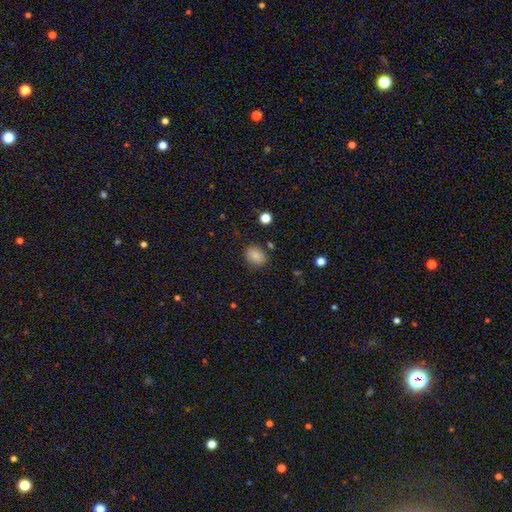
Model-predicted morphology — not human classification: Smooth or featured? Predicted: smooth (p=0.85). How rounded? Predicted: in between (p=0.50). Merging? Predicted: none (p=0.80).